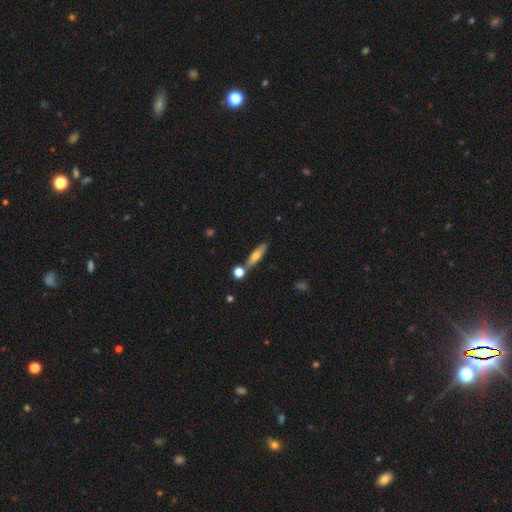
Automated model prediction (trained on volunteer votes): This is possibly a smooth galaxy (60%). How rounded: likely cigar-shaped (67%). Merging: likely none (69%).